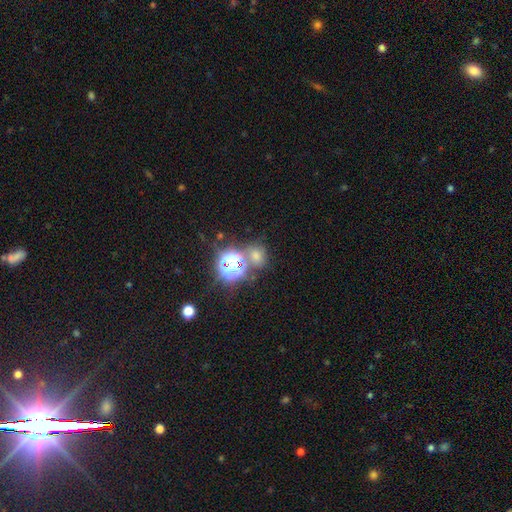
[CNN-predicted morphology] Smooth or featured: smooth — 48% (star or artifact — 42%)
Merging: none — 59% (merger — 23%)